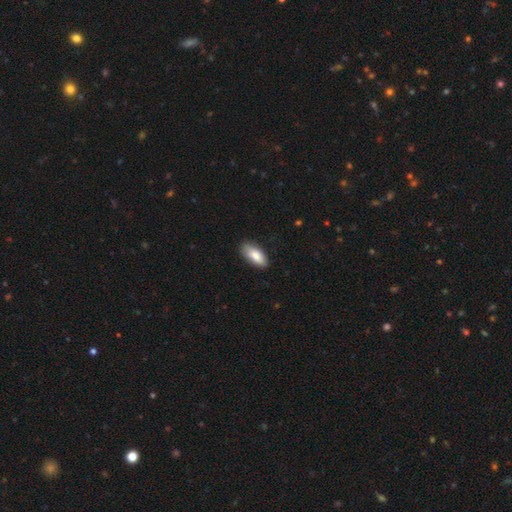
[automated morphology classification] smooth_or_featured: smooth (p=0.84) [alt: featured or disk p=0.10]
how_rounded: in between (p=0.83) [alt: cigar-shaped p=0.15]
merging: none (p=0.78) [alt: minor disturbance p=0.18]